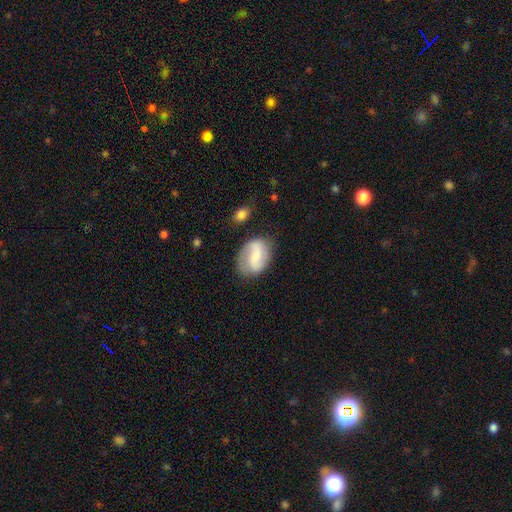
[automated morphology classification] Q: Smooth or featured?
A: featured or disk (63%); runner-up: smooth (31%)
Q: Edge-on disk?
A: no (97%); runner-up: yes (3%)
Q: Bar?
A: weak (47%); runner-up: no (29%)
Q: Spiral arms?
A: yes (89%); runner-up: no (11%)
Q: Spiral winding?
A: loose (48%); runner-up: medium (38%)
Q: Spiral arm count?
A: 2 (86%); runner-up: can't tell (6%)
Q: Bulge size?
A: small (47%); runner-up: moderate (35%)
Q: Merging?
A: none (71%); runner-up: minor disturbance (19%)